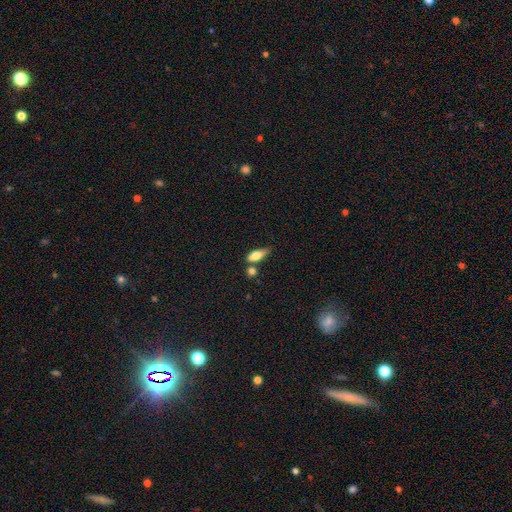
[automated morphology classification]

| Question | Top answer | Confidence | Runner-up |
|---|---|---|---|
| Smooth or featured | smooth | 74% | featured or disk (18%) |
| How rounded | in between | 71% | cigar-shaped (24%) |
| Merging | none | 46% | minor disturbance (25%) |